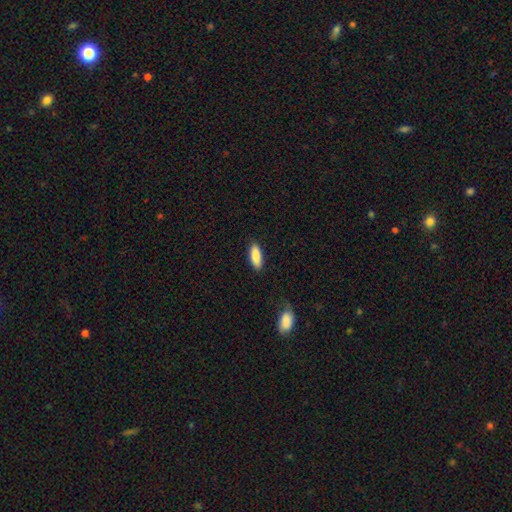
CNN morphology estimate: Overall: smooth (87%). How rounded: in between (71%). Merging: none (86%).